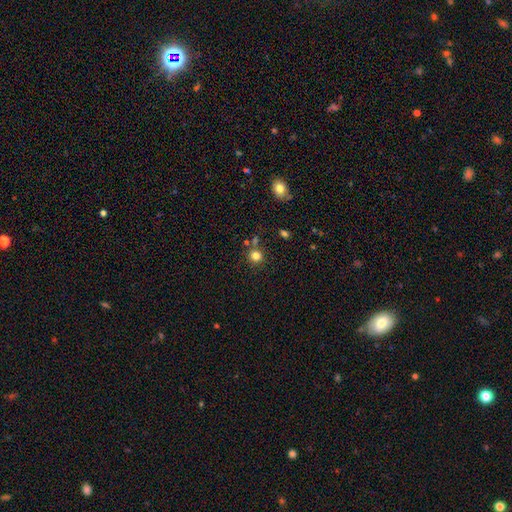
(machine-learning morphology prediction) The model was most divided on "merging": none: 73%, merger: 13%, minor disturbance: 10%, major disturbance: 4%. More confident: how rounded — round (88%); smooth or featured — smooth (80%).